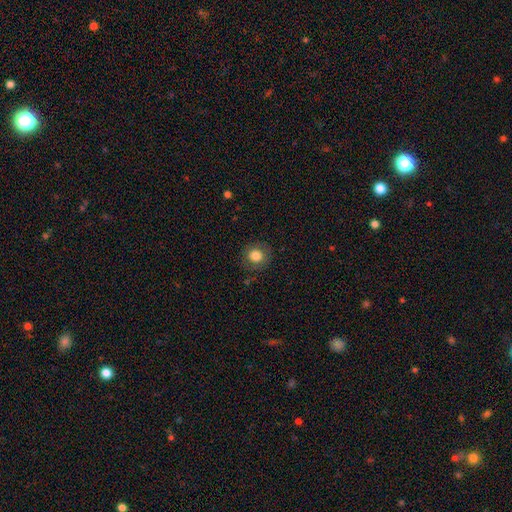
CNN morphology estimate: smooth 81%, star or artifact 10%, featured or disk 10%. Down the decision tree: how rounded — round (86%); merging — none (85%).